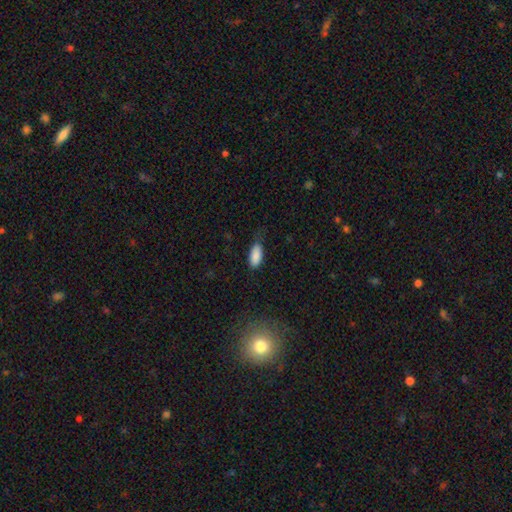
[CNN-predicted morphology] smooth-or-featured: smooth: 88% | star or artifact: 7% | featured or disk: 5%
  how-rounded: in between: 88% | cigar-shaped: 10% | round: 2%
  merging: none: 67% | minor disturbance: 24% | major disturbance: 7% | merger: 2%